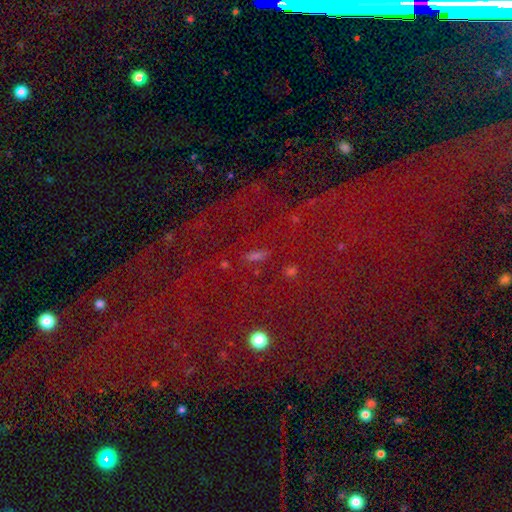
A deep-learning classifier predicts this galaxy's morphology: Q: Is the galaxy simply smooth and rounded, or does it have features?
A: star or artifact — 78%.